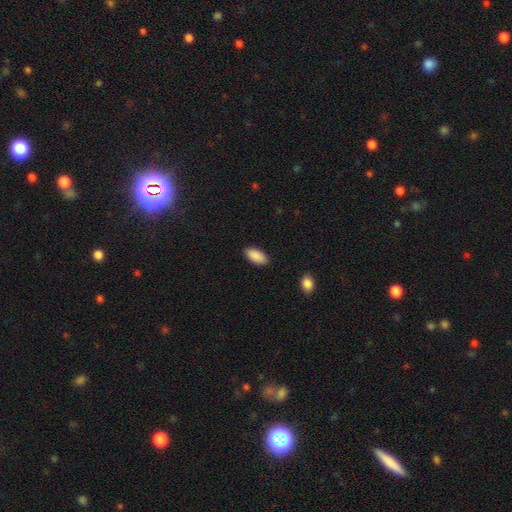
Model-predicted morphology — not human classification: The model was most divided on "merging": none: 88%, minor disturbance: 9%, major disturbance: 2%, merger: 1%. More confident: how rounded — in between (94%); smooth or featured — smooth (90%).